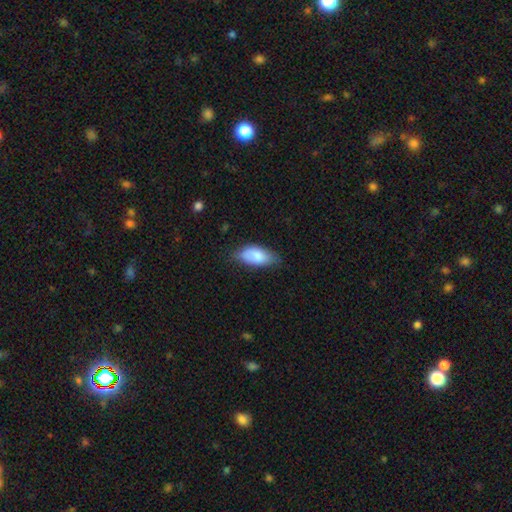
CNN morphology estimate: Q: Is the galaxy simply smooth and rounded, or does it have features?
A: smooth — 81%.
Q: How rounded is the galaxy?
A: in between — 91%.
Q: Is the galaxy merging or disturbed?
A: none — 62%.